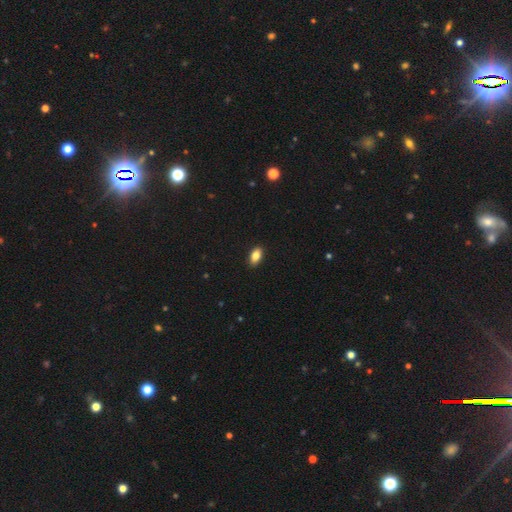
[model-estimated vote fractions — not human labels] This is clearly a smooth galaxy (84%). How rounded: clearly in between (90%). Merging: clearly none (90%).